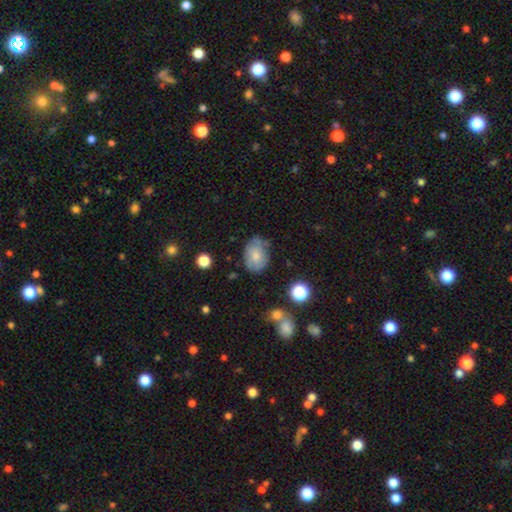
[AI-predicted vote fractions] Overall: smooth (70%). How rounded: in between (78%). Merging: none (63%; minor disturbance 26%).